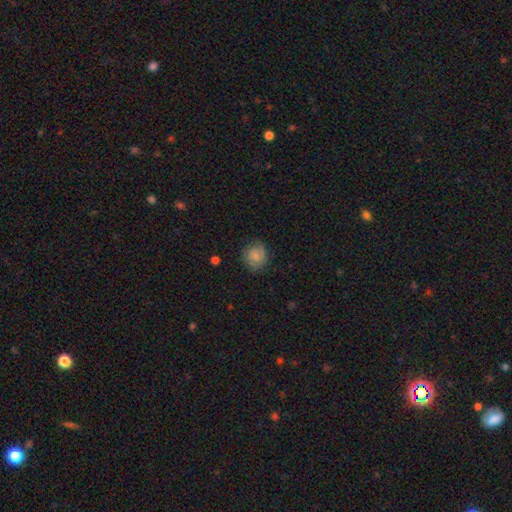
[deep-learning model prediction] Overall: smooth (76%). How rounded: round (80%). Merging: none (74%).